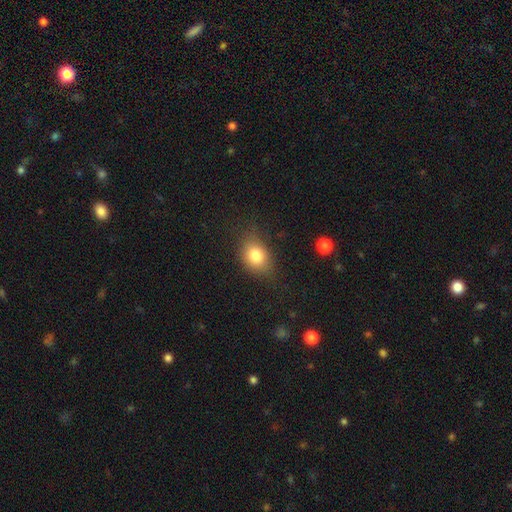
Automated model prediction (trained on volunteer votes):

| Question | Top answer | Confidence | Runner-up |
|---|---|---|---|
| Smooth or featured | smooth | 80% | star or artifact (10%) |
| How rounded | in between | 62% | round (36%) |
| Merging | none | 71% | minor disturbance (21%) |